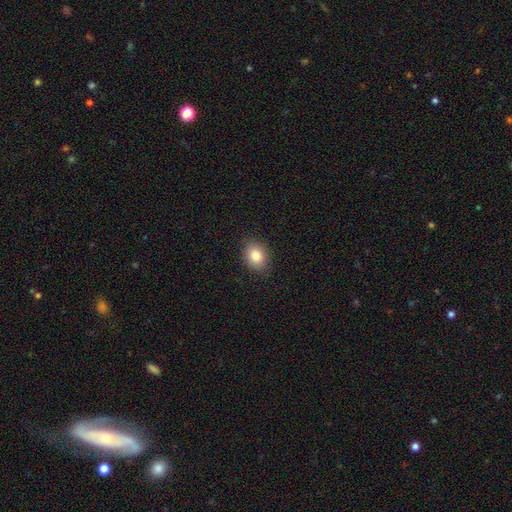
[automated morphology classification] Smooth or featured?
  - smooth: 84% *
  - star or artifact: 9%
  - featured or disk: 7%
How rounded?
  - in between: 60% *
  - round: 39%
  - cigar-shaped: 1%
Merging?
  - none: 88% *
  - minor disturbance: 9%
  - major disturbance: 2%
  - merger: 1%